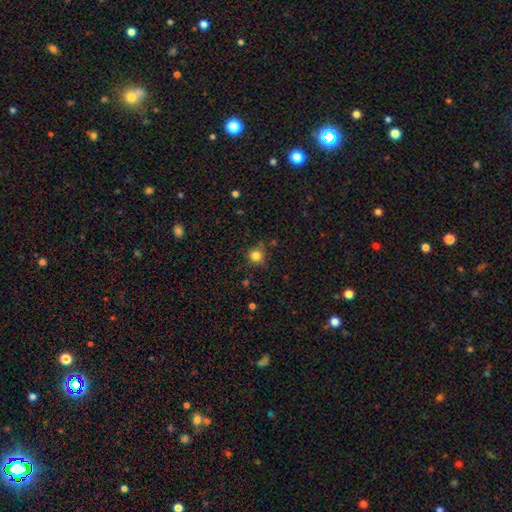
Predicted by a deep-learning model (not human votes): This is clearly a smooth galaxy (82%). How rounded: clearly round (90%). Merging: likely none (76%).